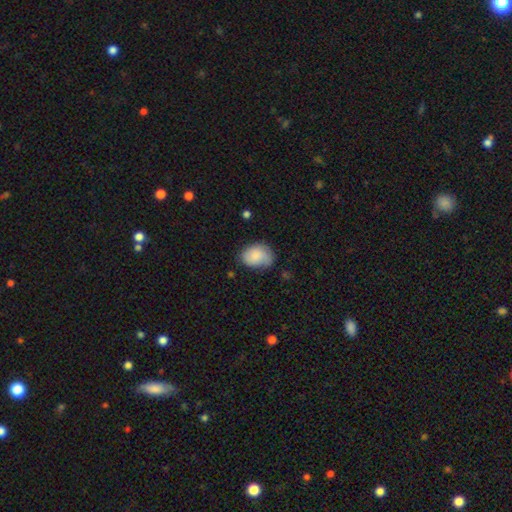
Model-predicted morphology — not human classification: This is likely a smooth galaxy (79%). How rounded: likely in between (72%). Merging: possibly none (59%).